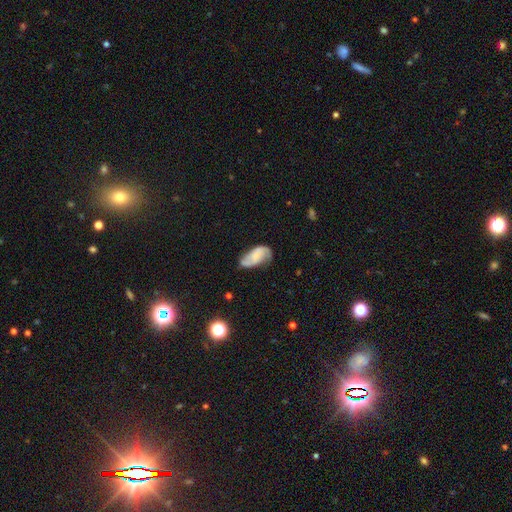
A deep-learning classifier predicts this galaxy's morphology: This appears to be a featured or disk galaxy (57%) with no bar (62%), spiral arms (88%) and no central bulge (46%). Merging: none (54%).